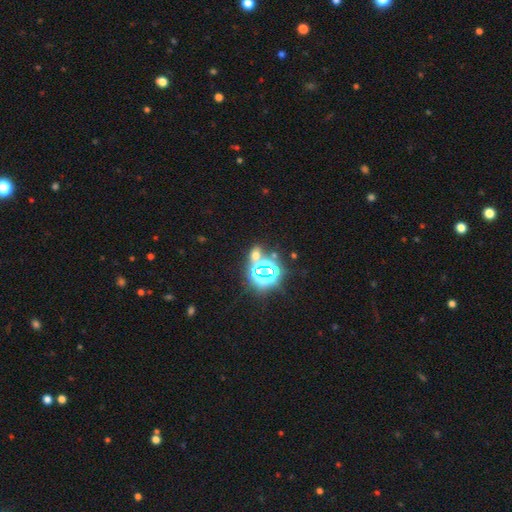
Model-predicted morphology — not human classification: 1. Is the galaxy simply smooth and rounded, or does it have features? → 56% star or artifact, 34% smooth, 10% featured or disk.